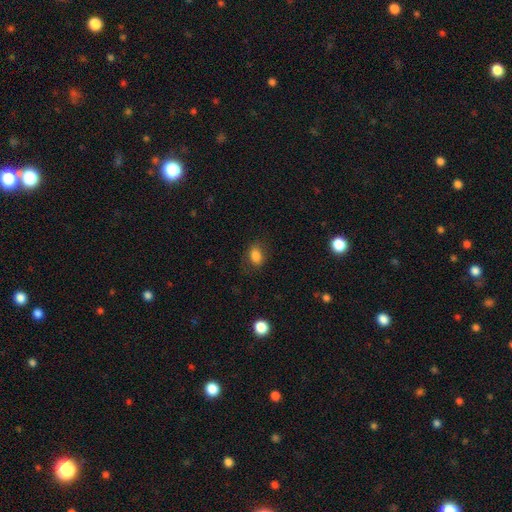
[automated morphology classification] Smooth or featured? Predicted: smooth (p=0.82). How rounded? Predicted: in between (p=0.74). Merging? Predicted: none (p=0.76).